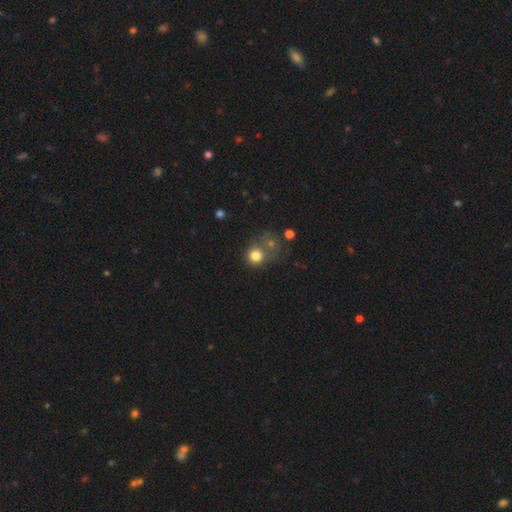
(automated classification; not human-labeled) This is likely a smooth galaxy (79%). How rounded: clearly round (84%). Merging: possibly none (51%).